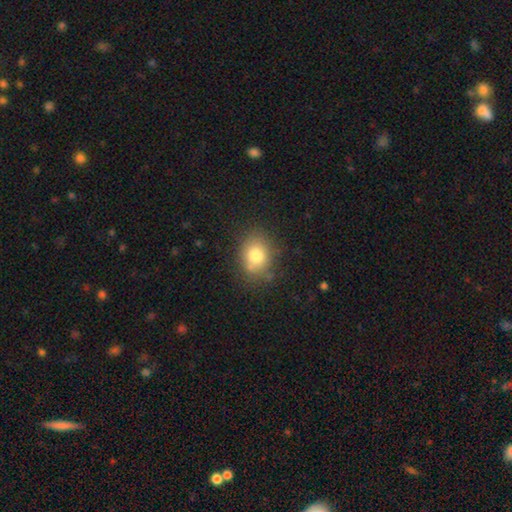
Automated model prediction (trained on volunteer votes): This is likely a smooth galaxy (78%). How rounded: possibly round (50%). Merging: likely none (74%).